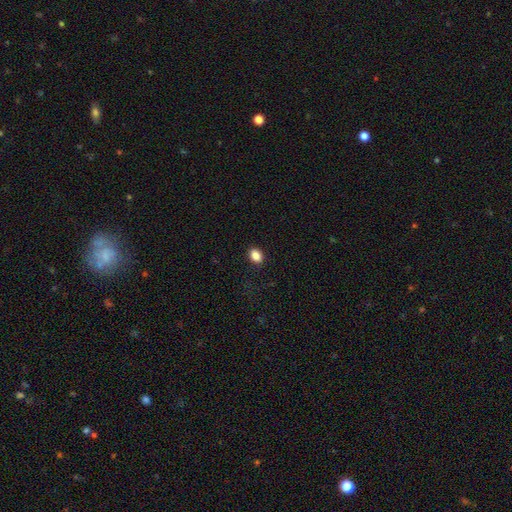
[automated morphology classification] A smooth galaxy with no disk features (87%) that is in between round and cigar-shaped (70%).

Vote fractions:
- Smooth or featured? smooth: 87% / star or artifact: 9% / featured or disk: 4%
- How rounded? in between: 70% / round: 29% / cigar-shaped: 1%
- Merging? none: 88% / minor disturbance: 8% / major disturbance: 2% / merger: 1%